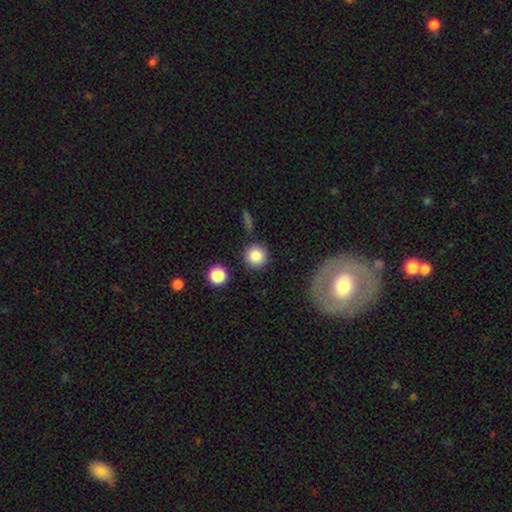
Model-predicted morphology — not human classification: smooth_or_featured: smooth (p=0.84) [alt: star or artifact p=0.10]
how_rounded: round (p=0.94) [alt: in between p=0.05]
merging: none (p=0.87) [alt: minor disturbance p=0.07]